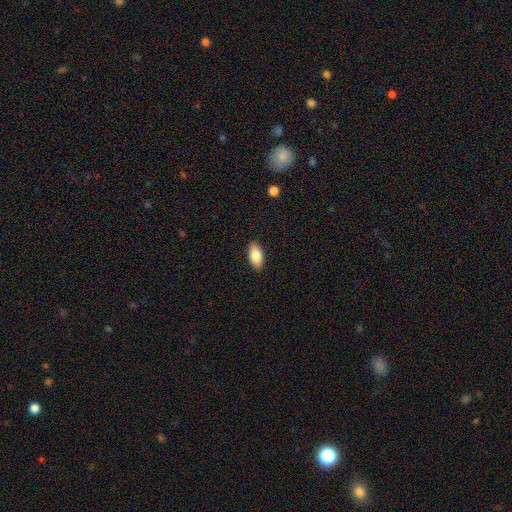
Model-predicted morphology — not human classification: Overall: smooth (83%). How rounded: in between (92%). Merging: none (90%).